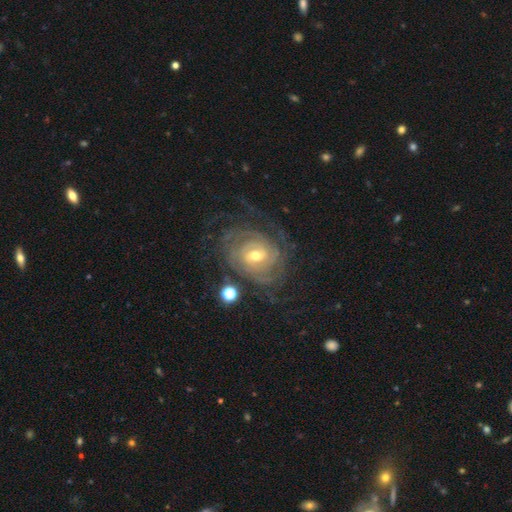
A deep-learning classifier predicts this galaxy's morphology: A featured or disk galaxy (89%) with a weak bar (46%), tight (75%) spiral arms (97%) and a moderate central bulge (59%).

Vote fractions:
- Smooth or featured? featured or disk: 89% / star or artifact: 6% / smooth: 6%
- Edge-on disk? no: 97% / yes: 3%
- Bar? weak: 46% / no: 38% / strong: 16%
- Spiral arms? yes: 97% / no: 3%
- Spiral winding? tight: 75% / medium: 20% / loose: 5%
- Spiral arm count? can't tell: 31% / 3: 20% / 2: 19% / 4: 16% / more than 4: 8% / 1: 7%
- Bulge size? moderate: 59% / small: 36% / large: 3% / none: 1% / dominant: 1%
- Merging? none: 68% / minor disturbance: 17% / major disturbance: 12% / merger: 2%